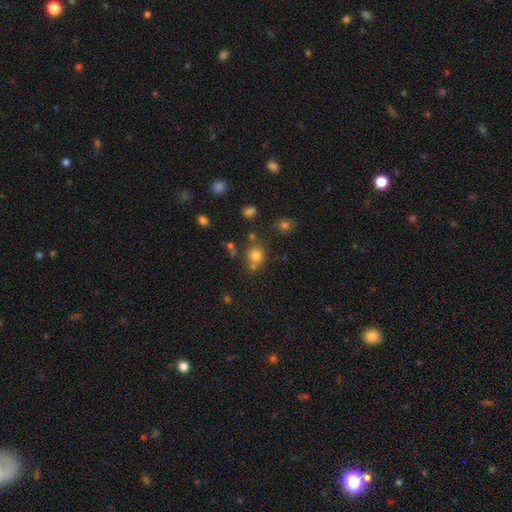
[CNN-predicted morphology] Smooth or featured? Predicted: smooth (p=0.74). How rounded? Predicted: round (p=0.79). Merging? Predicted: none (p=0.57).